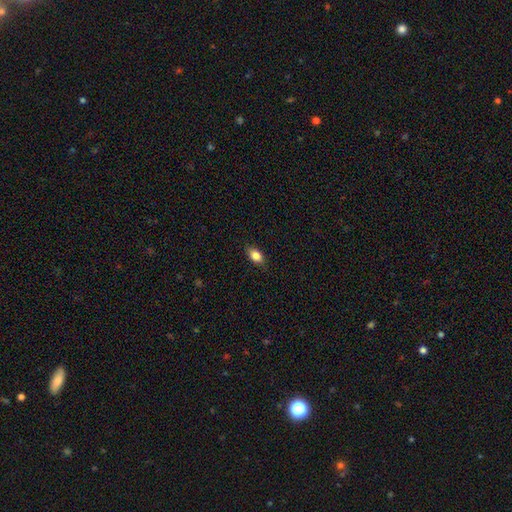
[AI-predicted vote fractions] smooth 85%, star or artifact 8%, featured or disk 7%. Down the decision tree: how rounded — in between (87%); merging — none (86%).